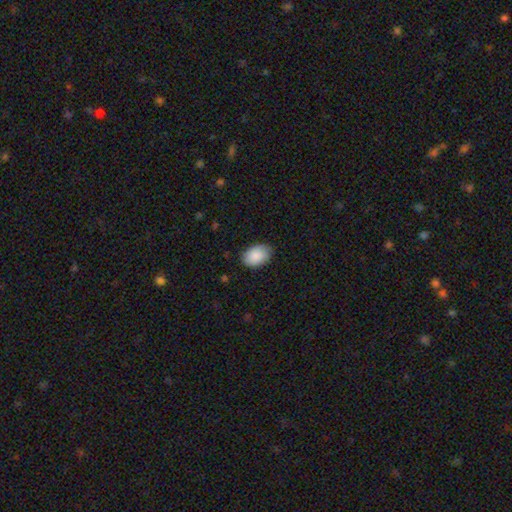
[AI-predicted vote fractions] A smooth galaxy with no disk features (89%) that is in between round and cigar-shaped (87%). Merging: none (80%).